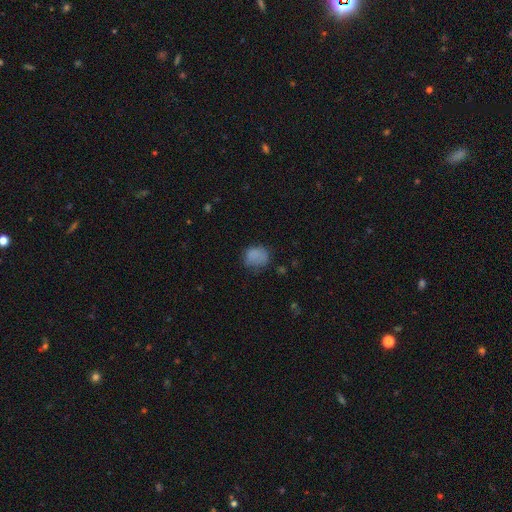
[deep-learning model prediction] This appears to be a smooth galaxy with no disk features (80%) that is round (60%). Merging: none (58%).